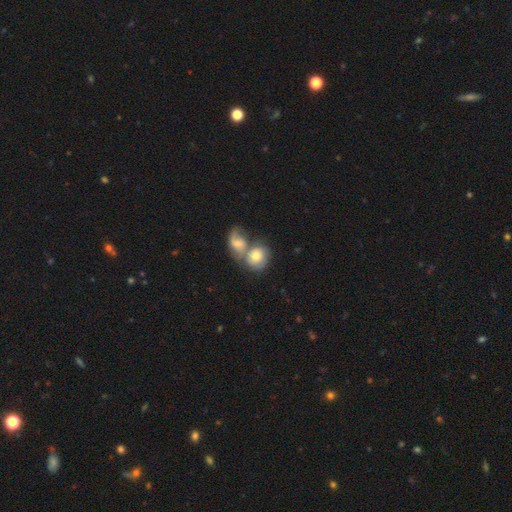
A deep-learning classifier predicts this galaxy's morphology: This is possibly a smooth galaxy (54%). How rounded: likely round (67%). Merging: likely merger (68%).